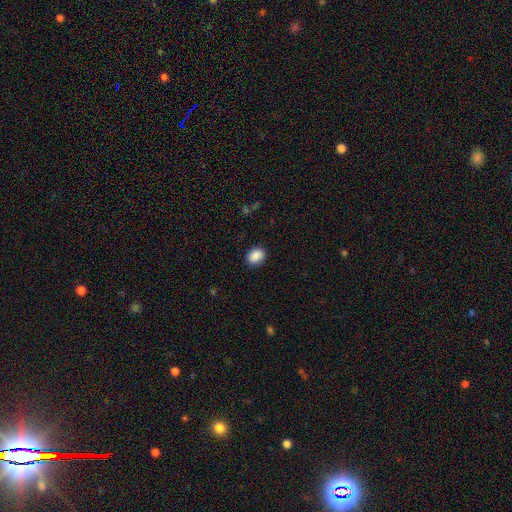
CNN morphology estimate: smooth 89%, star or artifact 8%, featured or disk 3%. Down the decision tree: how rounded — in between (65%); merging — none (87%).